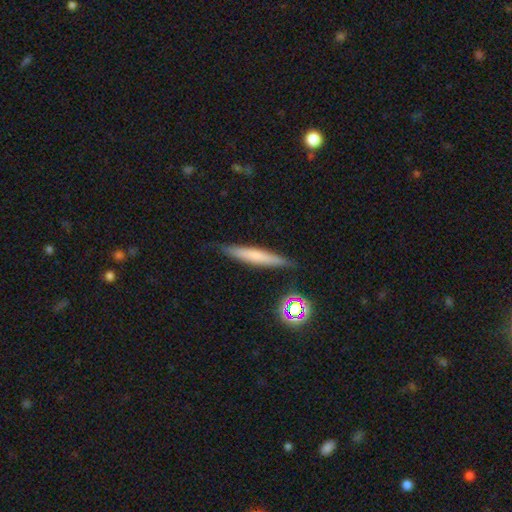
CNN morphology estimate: Smooth or featured?
  - smooth: 58% *
  - featured or disk: 33%
  - star or artifact: 9%
How rounded?
  - cigar-shaped: 93% *
  - in between: 5%
  - round: 2%
Merging?
  - none: 85% *
  - minor disturbance: 11%
  - major disturbance: 2%
  - merger: 2%